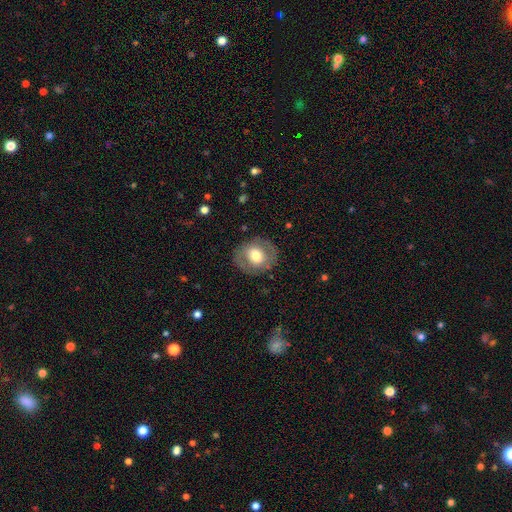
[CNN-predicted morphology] type=smooth (56%); roundness=round (71%); merging=none (83%).